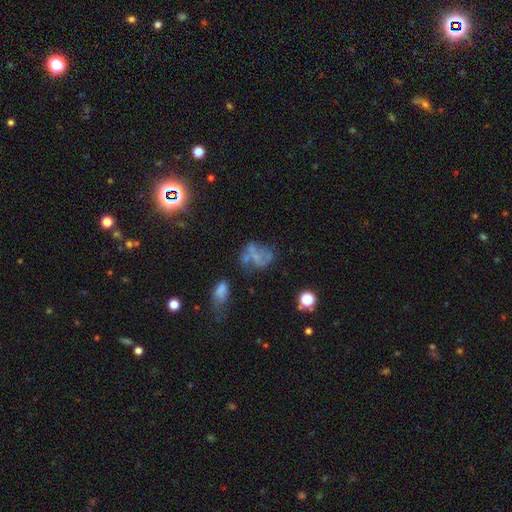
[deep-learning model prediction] Smooth or featured? featured or disk (42%)
Merging? none (34%)